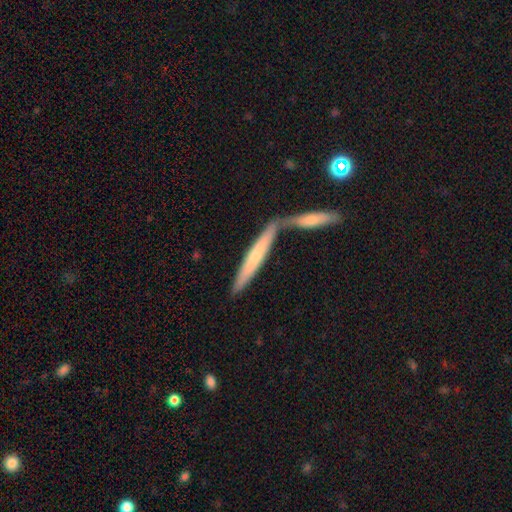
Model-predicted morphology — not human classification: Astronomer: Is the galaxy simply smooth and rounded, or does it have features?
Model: smooth — 56% (runner-up: featured or disk, 39%).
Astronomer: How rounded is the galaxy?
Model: cigar-shaped — 91%.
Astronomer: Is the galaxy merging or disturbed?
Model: none — 50% (runner-up: merger, 37%).